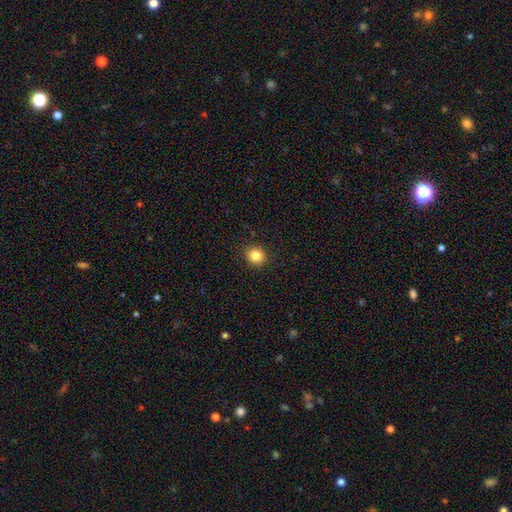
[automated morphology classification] Overall: smooth (84%). How rounded: round (85%). Merging: none (91%).